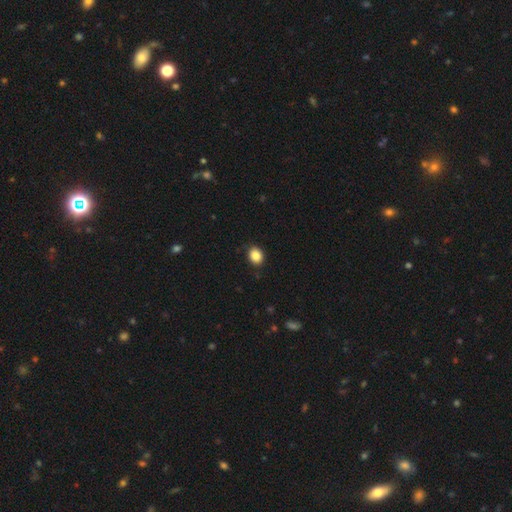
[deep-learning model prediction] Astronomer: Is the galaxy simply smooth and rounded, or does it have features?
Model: smooth — 86%.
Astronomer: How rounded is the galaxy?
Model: round — 58% (runner-up: in between, 41%).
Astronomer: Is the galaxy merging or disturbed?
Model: none — 88%.